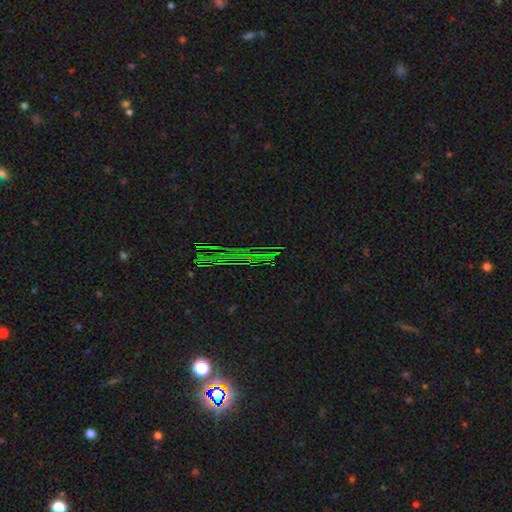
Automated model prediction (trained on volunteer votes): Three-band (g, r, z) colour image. It shows a star or artifact, not a galaxy (76%).